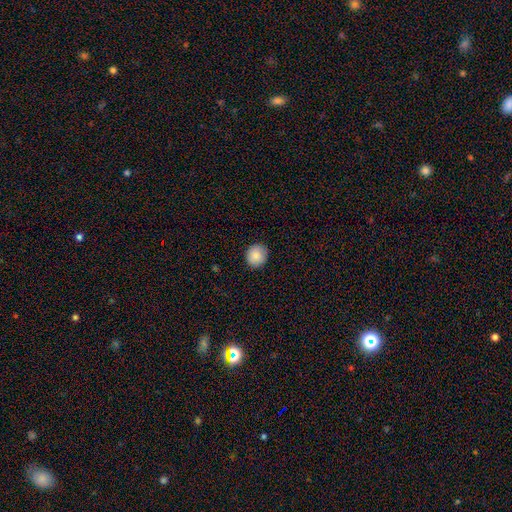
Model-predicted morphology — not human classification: The model was most divided on "how rounded": round: 83%, in between: 16%, cigar-shaped: 1%. More confident: merging — none (89%); smooth or featured — smooth (87%).